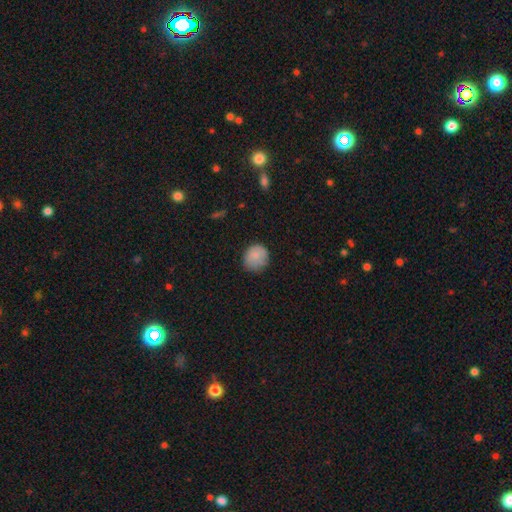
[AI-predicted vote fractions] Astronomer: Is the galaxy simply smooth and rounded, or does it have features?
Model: smooth — 84%.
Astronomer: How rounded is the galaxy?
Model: round — 82%.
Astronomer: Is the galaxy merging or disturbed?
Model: none — 71%.